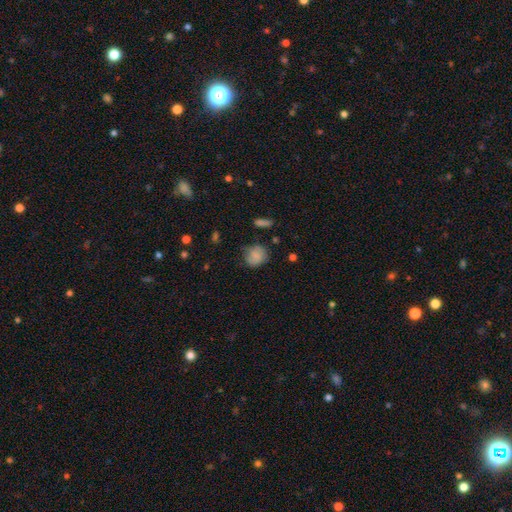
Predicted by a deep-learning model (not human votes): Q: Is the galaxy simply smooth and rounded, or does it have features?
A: smooth — 81%.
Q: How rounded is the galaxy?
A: round — 72%.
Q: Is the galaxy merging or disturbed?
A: none — 64%.